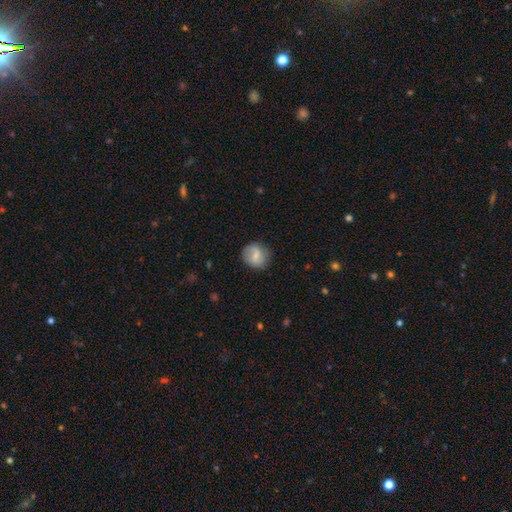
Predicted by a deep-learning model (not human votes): smooth 69%, featured or disk 24%, star or artifact 8%. Down the decision tree: how rounded — round (78%); merging — none (76%).